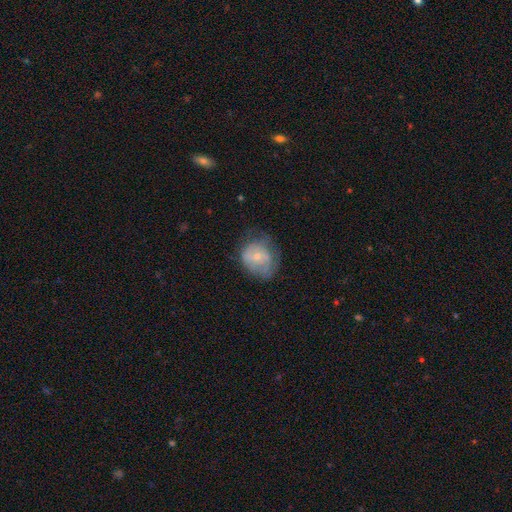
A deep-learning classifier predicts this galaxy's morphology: This is possibly a smooth galaxy (49%). Merging: possibly none (49%).